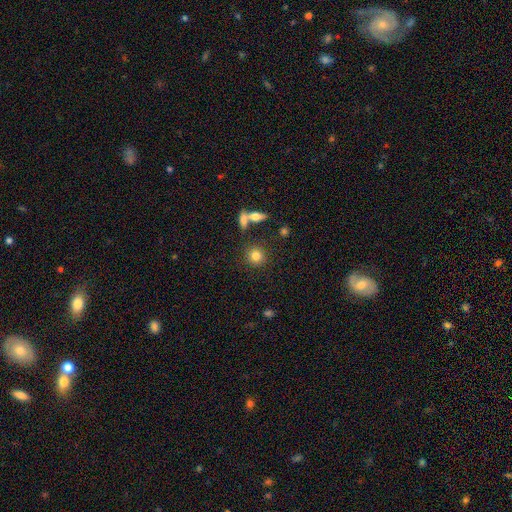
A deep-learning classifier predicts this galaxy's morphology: Smooth or featured? Predicted: smooth (p=0.81). How rounded? Predicted: round (p=0.87). Merging? Predicted: none (p=0.80).